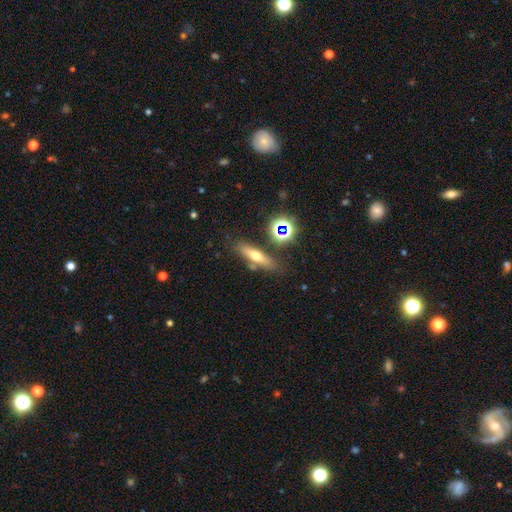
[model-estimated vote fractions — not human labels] Smooth or featured: smooth — 49% (featured or disk — 37%)
Merging: none — 76% (minor disturbance — 13%)